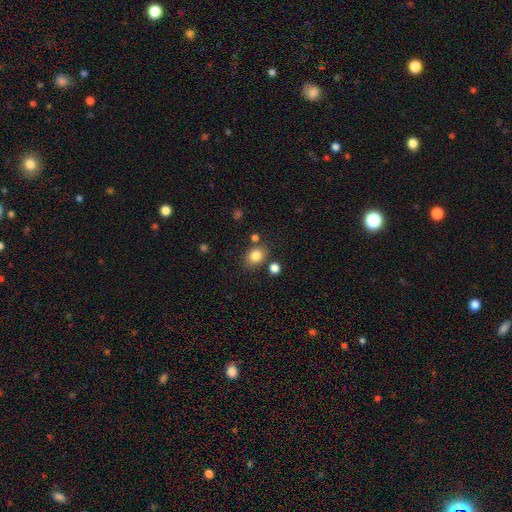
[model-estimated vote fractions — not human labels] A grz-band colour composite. It shows a smooth galaxy with no disk features (82%) that is round (56%). Merging: none (75%).